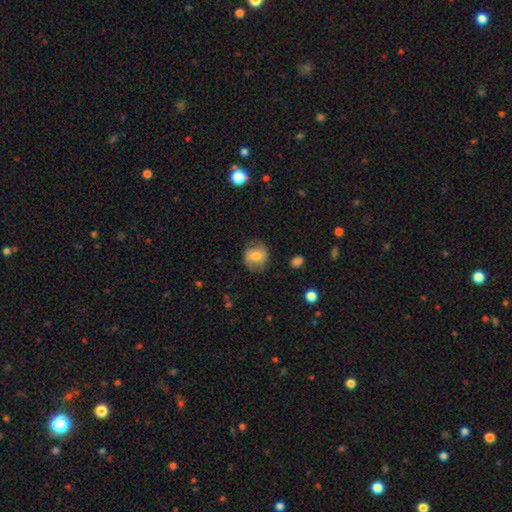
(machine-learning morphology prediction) smooth-or-featured: smooth: 64% | featured or disk: 28% | star or artifact: 8%
  how-rounded: round: 78% | in between: 21% | cigar-shaped: 1%
  merging: none: 77% | minor disturbance: 16% | major disturbance: 6% | merger: 1%